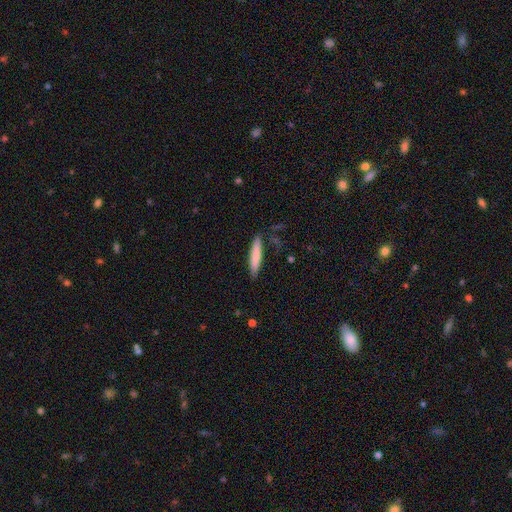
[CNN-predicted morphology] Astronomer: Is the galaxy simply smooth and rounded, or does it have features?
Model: smooth — 79%.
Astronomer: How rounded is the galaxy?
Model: cigar-shaped — 89%.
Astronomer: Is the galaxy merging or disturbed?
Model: none — 84%.